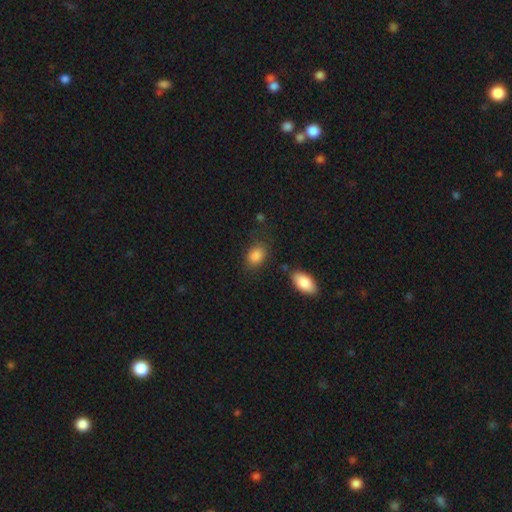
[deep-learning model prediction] This is clearly a smooth galaxy (86%). How rounded: likely in between (77%). Merging: likely none (73%).